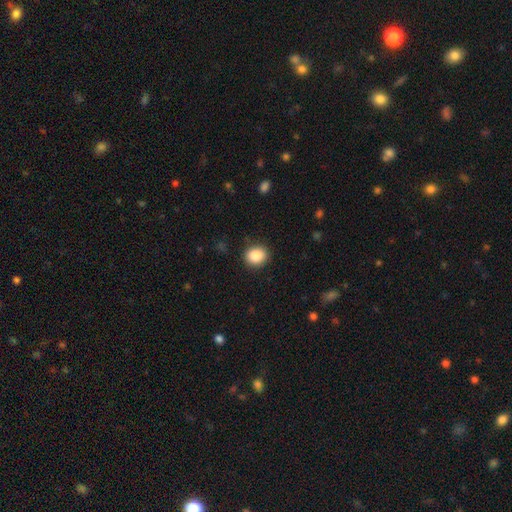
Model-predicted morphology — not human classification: smooth-or-featured: smooth: 88% | star or artifact: 8% | featured or disk: 3%
  how-rounded: round: 66% | in between: 33% | cigar-shaped: 1%
  merging: none: 87% | minor disturbance: 9% | major disturbance: 3% | merger: 1%